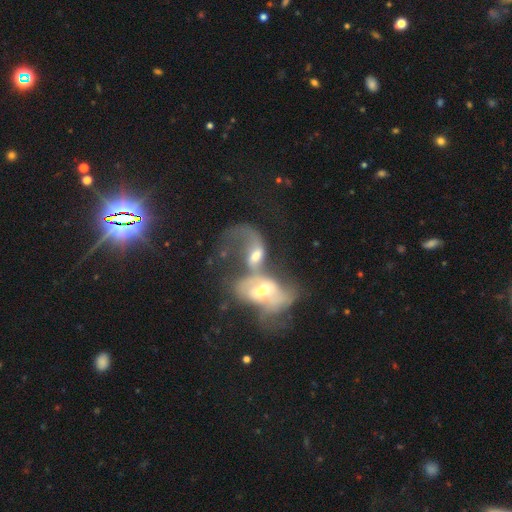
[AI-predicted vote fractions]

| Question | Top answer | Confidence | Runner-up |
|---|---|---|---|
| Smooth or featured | featured or disk | 67% | smooth (24%) |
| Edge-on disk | no | 94% | yes (6%) |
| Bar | no | 40% | weak (39%) |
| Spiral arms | yes | 73% | no (27%) |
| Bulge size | moderate | 62% | small (18%) |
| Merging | merger | 80% | major disturbance (11%) |